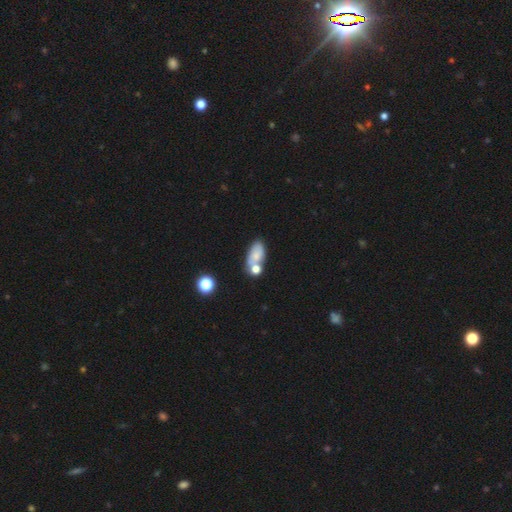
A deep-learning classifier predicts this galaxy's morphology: The model was most divided on "merging": none: 43%, merger: 33%, minor disturbance: 16%, major disturbance: 7%. More confident: how rounded — in between (86%); smooth or featured — smooth (70%).